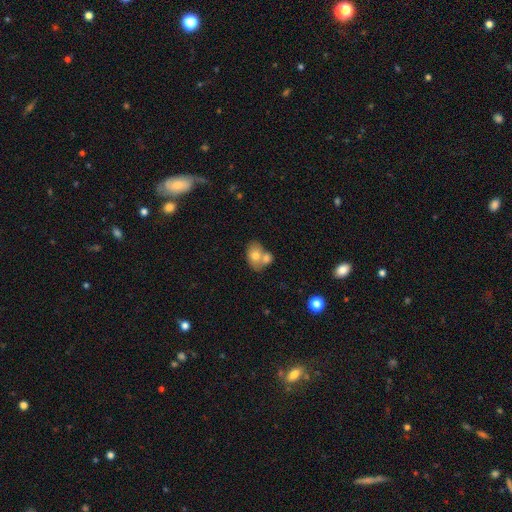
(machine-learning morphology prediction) This appears to be a smooth galaxy with no disk features (72%) that is in between round and cigar-shaped (70%). Merging: merger (56%).